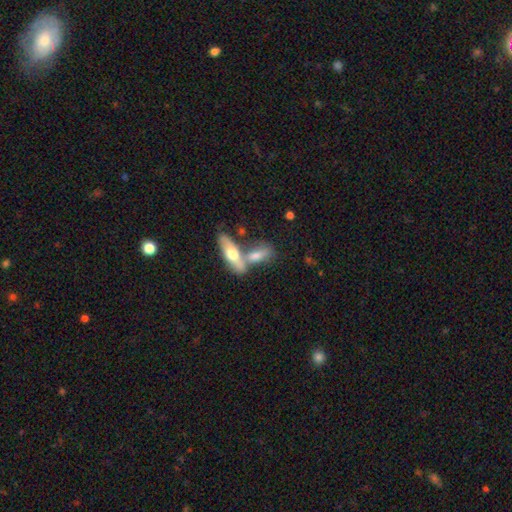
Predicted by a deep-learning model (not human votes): Overall: smooth (59%; featured or disk 35%). How rounded: in between (62%; cigar-shaped 34%). Merging: merger (55%; none 32%).